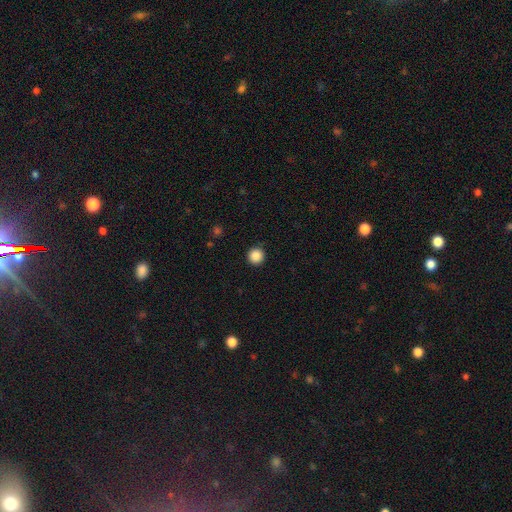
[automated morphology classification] This is clearly a smooth galaxy (87%). How rounded: clearly round (96%). Merging: clearly none (92%).